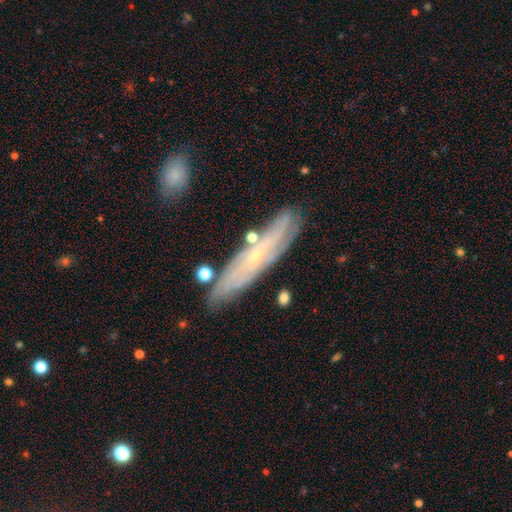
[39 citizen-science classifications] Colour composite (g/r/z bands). It shows a featured or disk galaxy (82%) viewed edge-on (59%) with no central bulge (53%). Merging: none (71%).